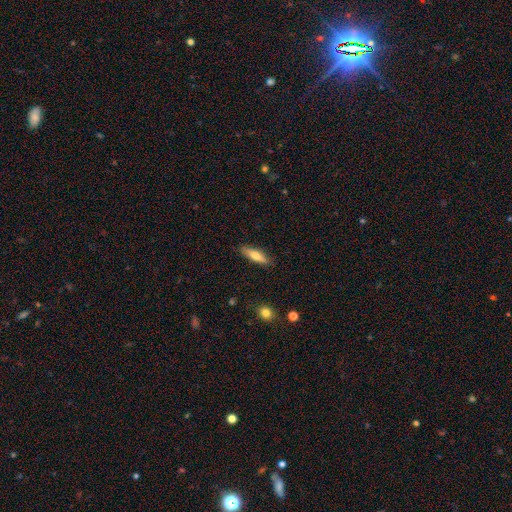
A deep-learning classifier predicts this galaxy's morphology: This appears to be a smooth galaxy with no disk features (69%) that is cigar-shaped (65%). Merging: none (86%).